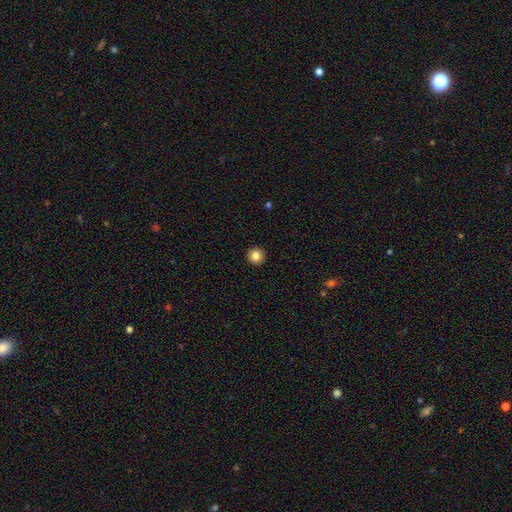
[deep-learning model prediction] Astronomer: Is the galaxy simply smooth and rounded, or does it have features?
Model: smooth — 84%.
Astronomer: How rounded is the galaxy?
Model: round — 96%.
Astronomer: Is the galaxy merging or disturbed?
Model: none — 94%.